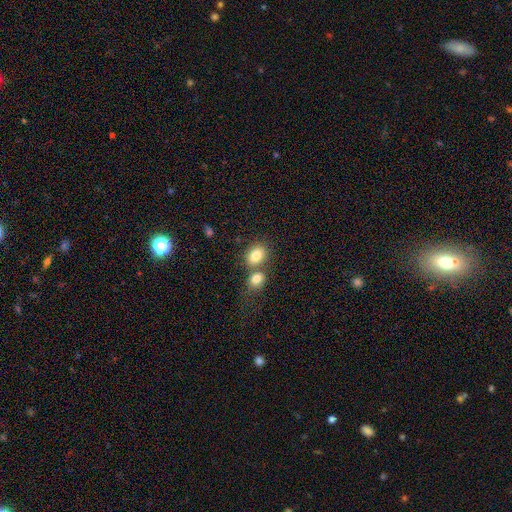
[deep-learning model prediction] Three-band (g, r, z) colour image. It shows a smooth galaxy with no disk features (82%) that is in between round and cigar-shaped (58%). Merging: none (46%).